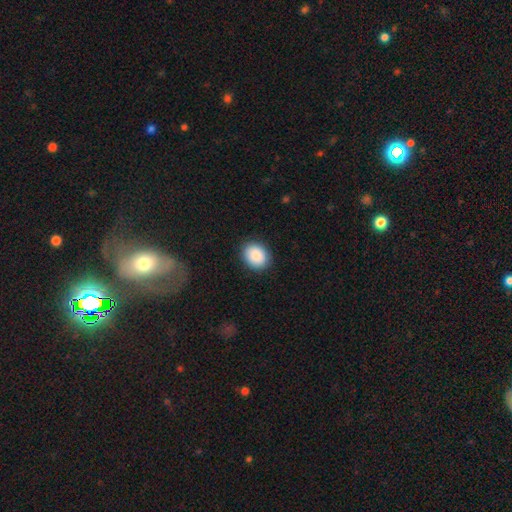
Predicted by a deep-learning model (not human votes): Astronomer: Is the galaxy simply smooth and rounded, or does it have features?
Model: smooth — 88%.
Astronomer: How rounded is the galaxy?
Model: in between — 50% (runner-up: round, 49%).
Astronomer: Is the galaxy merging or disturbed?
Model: none — 89%.